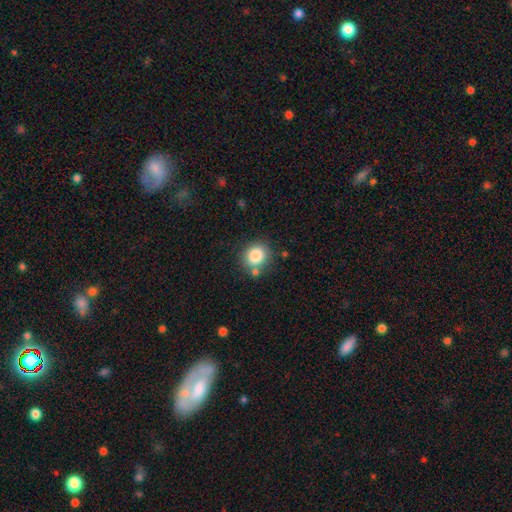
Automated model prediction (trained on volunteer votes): A smooth galaxy with no disk features (84%) that is round (79%). Merging: none (74%).